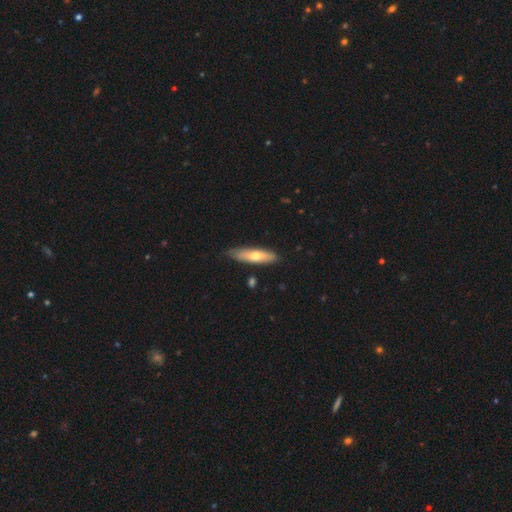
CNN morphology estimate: A smooth galaxy with no disk features (60%) that is cigar-shaped (67%). Merging: none (80%).